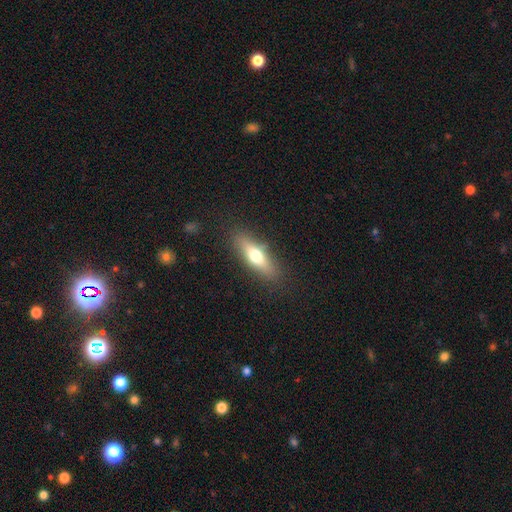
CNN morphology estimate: Q: Smooth or featured?
A: smooth (61%); runner-up: featured or disk (32%)
Q: How rounded?
A: cigar-shaped (55%); runner-up: in between (41%)
Q: Merging?
A: none (84%); runner-up: minor disturbance (11%)